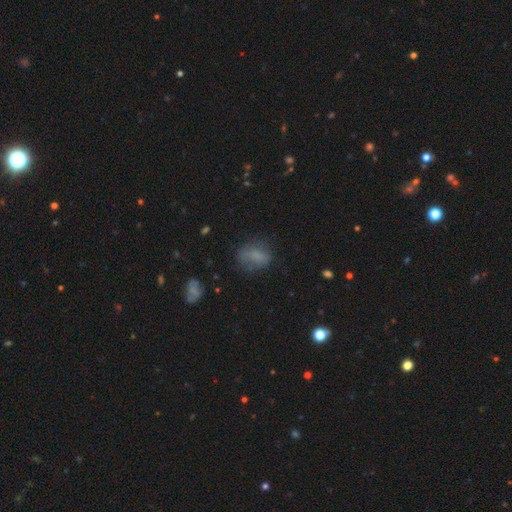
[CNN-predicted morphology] smooth_or_featured: smooth (p=0.67) [alt: featured or disk p=0.19]
how_rounded: in between (p=0.65) [alt: round p=0.32]
merging: none (p=0.55) [alt: minor disturbance p=0.26]